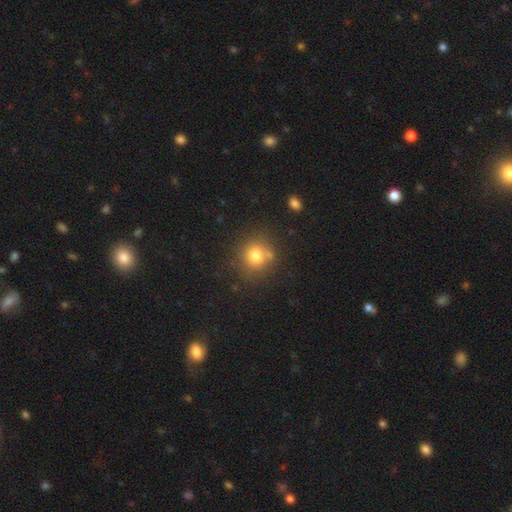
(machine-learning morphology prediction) A smooth galaxy with no disk features (77%) that is round (89%).

Vote fractions:
- Smooth or featured? smooth: 77% / star or artifact: 13% / featured or disk: 10%
- How rounded? round: 89% / in between: 10% / cigar-shaped: 1%
- Merging? none: 74% / minor disturbance: 13% / merger: 9% / major disturbance: 4%